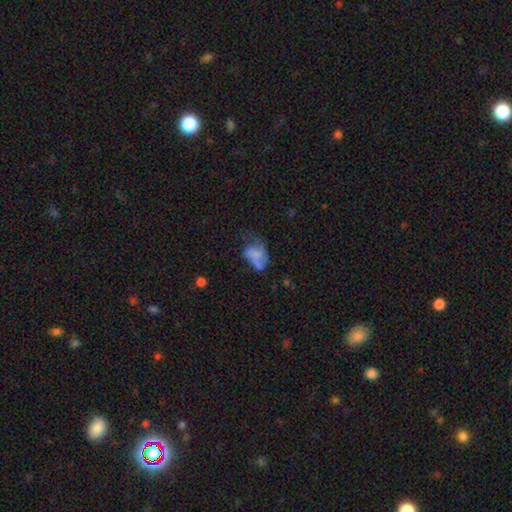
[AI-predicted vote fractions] Smooth or featured: smooth — 51% (featured or disk — 37%)
How rounded: in between — 79% (round — 20%)
Merging: major disturbance — 40% (minor disturbance — 25%)